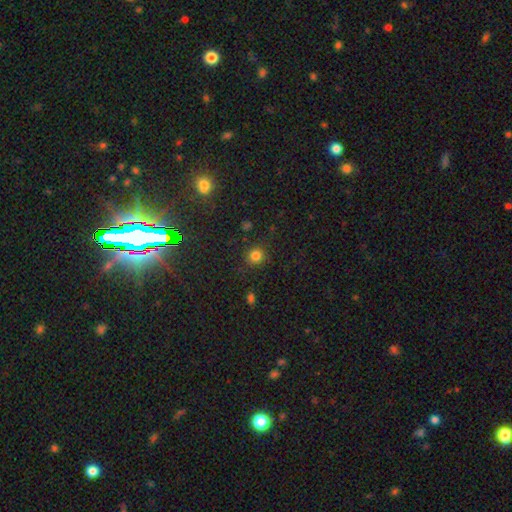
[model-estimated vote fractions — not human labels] A smooth galaxy with no disk features (81%) that is round (90%). Merging: none (86%).